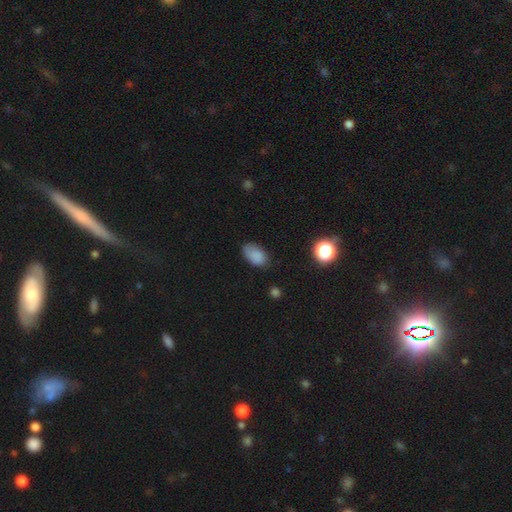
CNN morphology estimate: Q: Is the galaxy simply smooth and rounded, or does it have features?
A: smooth — 84%.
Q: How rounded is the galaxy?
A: in between — 91%.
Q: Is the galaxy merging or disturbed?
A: none — 71%.